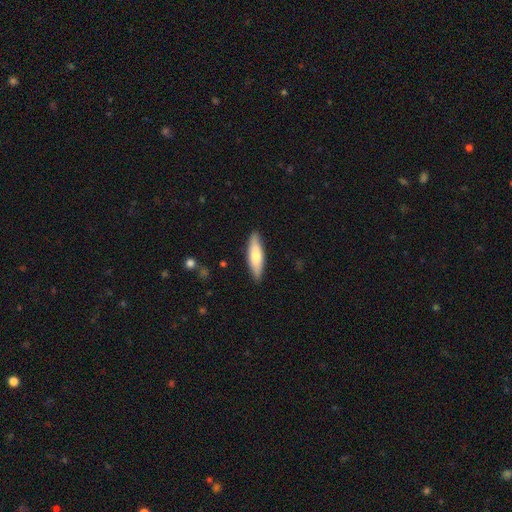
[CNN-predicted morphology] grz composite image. It shows a smooth galaxy with no disk features (70%) that is cigar-shaped (59%). Merging: none (88%).